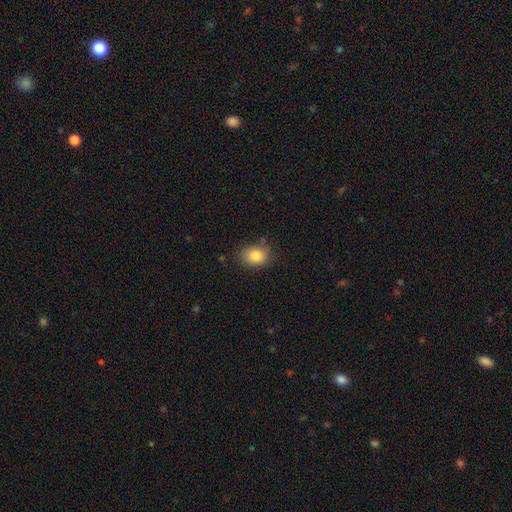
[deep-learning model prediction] Overall: smooth (84%). How rounded: in between (63%; round 36%). Merging: none (79%).